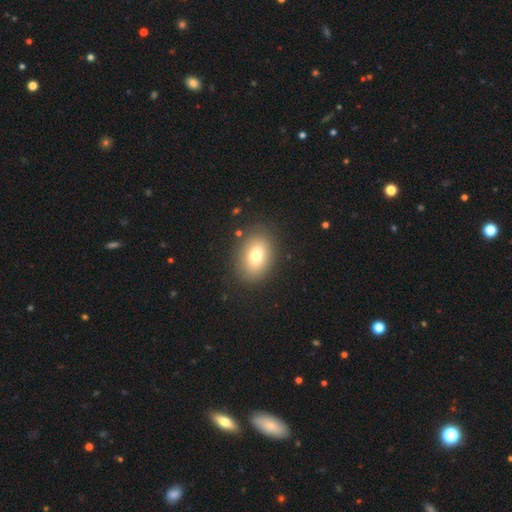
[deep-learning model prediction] smooth-or-featured: smooth: 76% | featured or disk: 15% | star or artifact: 9%
  how-rounded: in between: 79% | round: 20% | cigar-shaped: 1%
  merging: none: 86% | minor disturbance: 9% | major disturbance: 3% | merger: 2%